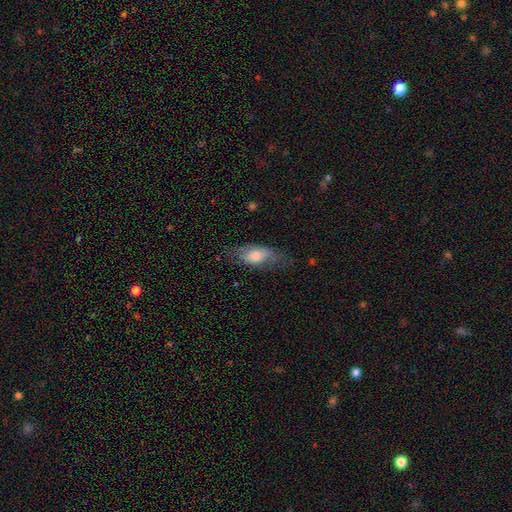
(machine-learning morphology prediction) The model was most divided on "smooth or featured": smooth: 63%, featured or disk: 29%, star or artifact: 7%. More confident: how rounded — in between (82%); merging — none (63%).